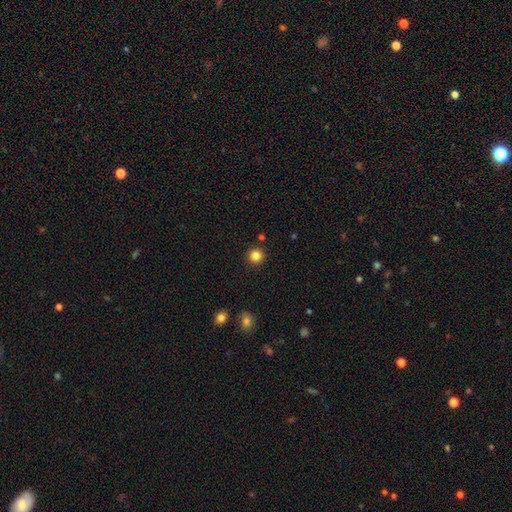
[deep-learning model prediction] Smooth or featured? smooth (83%)
How rounded? round (95%)
Merging? none (92%)